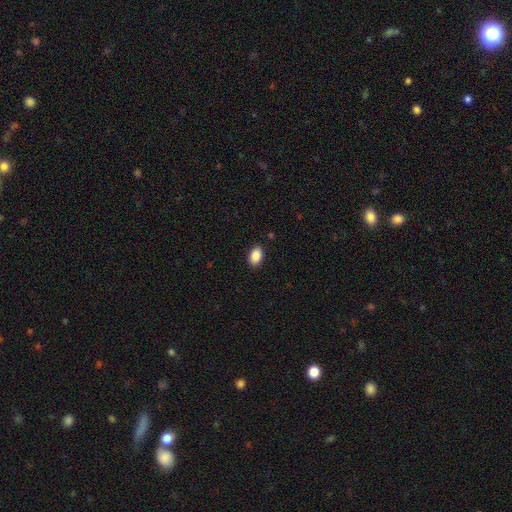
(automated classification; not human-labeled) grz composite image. It shows a smooth galaxy with no disk features (90%) that is in between round and cigar-shaped (90%). Merging: none (90%).